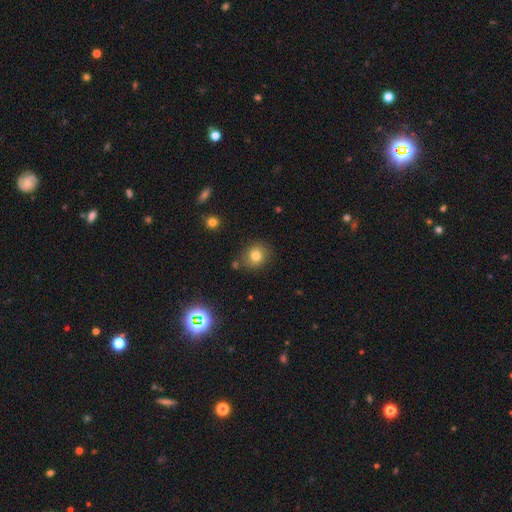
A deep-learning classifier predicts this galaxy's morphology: The model was most divided on "how rounded": round: 78%, in between: 21%, cigar-shaped: 1%. More confident: merging — none (80%); smooth or featured — smooth (77%).